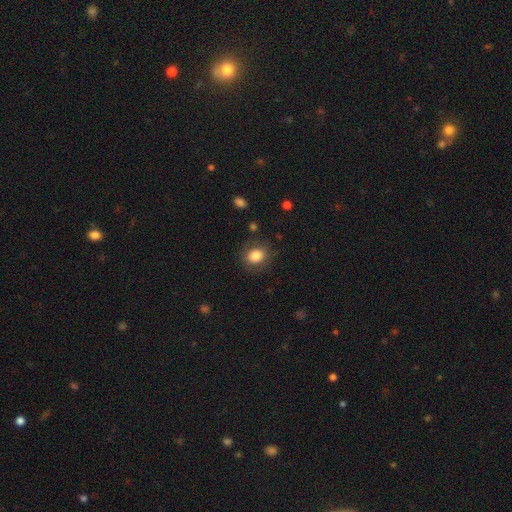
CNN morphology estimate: This is clearly a smooth galaxy (83%). How rounded: likely round (64%). Merging: clearly none (82%).